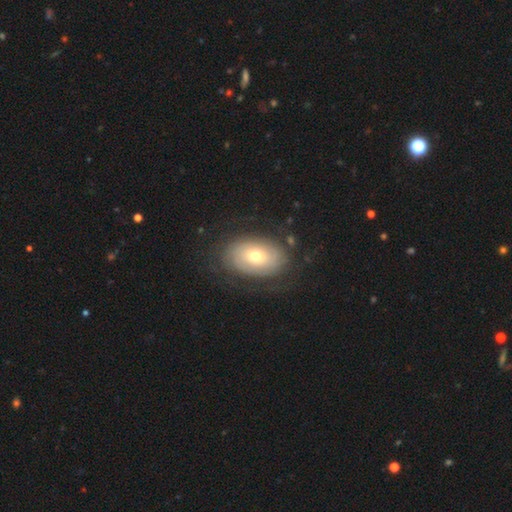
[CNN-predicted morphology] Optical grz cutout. It shows a featured or disk galaxy (48%). Merging: none (75%).